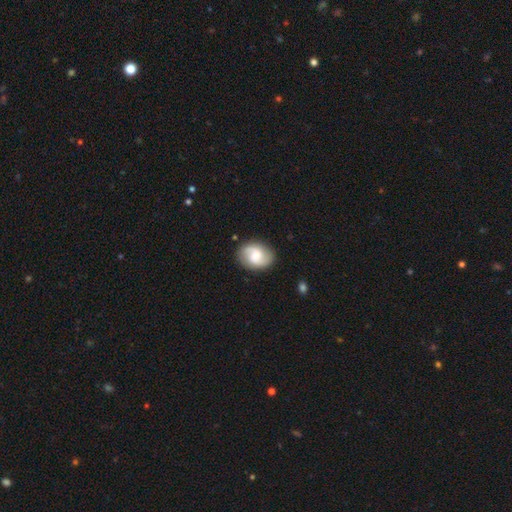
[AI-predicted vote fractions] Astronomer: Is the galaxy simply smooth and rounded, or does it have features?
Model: featured or disk — 56% (runner-up: smooth, 37%).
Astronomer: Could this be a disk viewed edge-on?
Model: no — 98%.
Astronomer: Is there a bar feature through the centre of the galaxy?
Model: no — 45%, tied with weak at 45%.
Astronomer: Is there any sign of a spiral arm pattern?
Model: yes — 90%.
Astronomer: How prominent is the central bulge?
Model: moderate — 47% (runner-up: small, 30%).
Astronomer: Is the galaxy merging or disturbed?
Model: none — 85%.